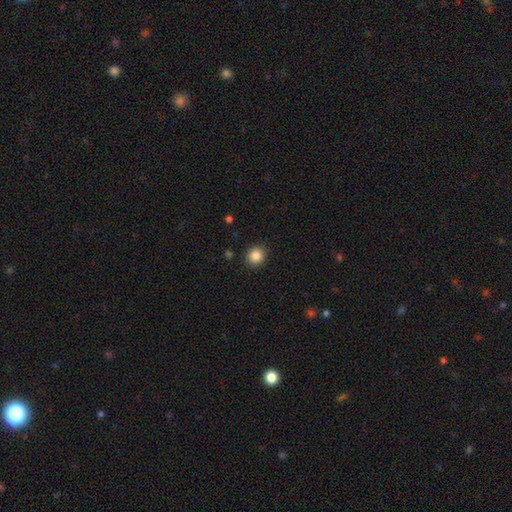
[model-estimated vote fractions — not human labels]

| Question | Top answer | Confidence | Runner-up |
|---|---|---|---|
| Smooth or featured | smooth | 86% | star or artifact (10%) |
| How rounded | round | 85% | in between (14%) |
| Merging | none | 90% | minor disturbance (7%) |